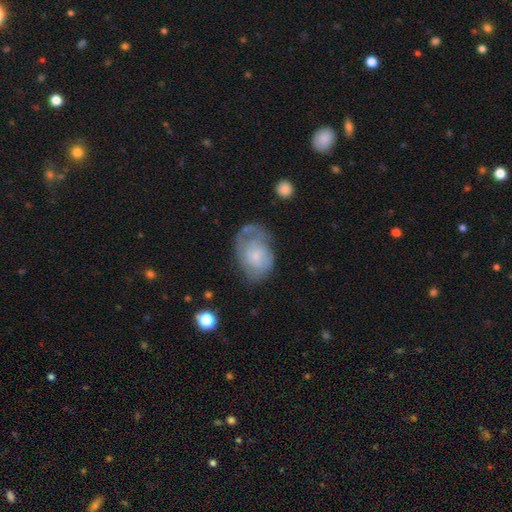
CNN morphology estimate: This is possibly a featured or disk galaxy (53%). It is clearly not viewed edge-on (96%). Bar: likely no (72%). Spiral arm pattern: likely yes (69%). Central bulge: likely small (61%). Merging: marginally none (41%).